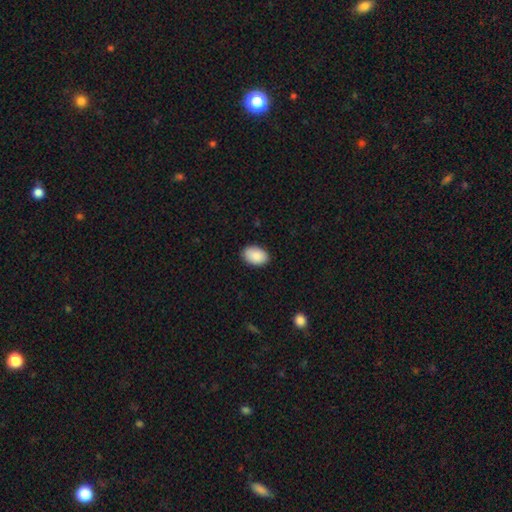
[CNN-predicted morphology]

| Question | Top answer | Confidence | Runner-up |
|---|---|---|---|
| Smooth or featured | smooth | 90% | star or artifact (6%) |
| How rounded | in between | 90% | round (9%) |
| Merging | none | 87% | minor disturbance (10%) |